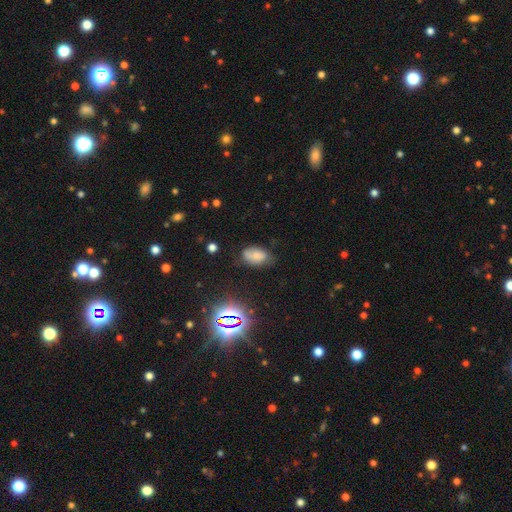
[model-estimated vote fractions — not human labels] smooth-or-featured: smooth: 65% | featured or disk: 19% | star or artifact: 16%
  how-rounded: in between: 90% | round: 8% | cigar-shaped: 2%
  merging: none: 60% | minor disturbance: 29% | major disturbance: 8% | merger: 3%